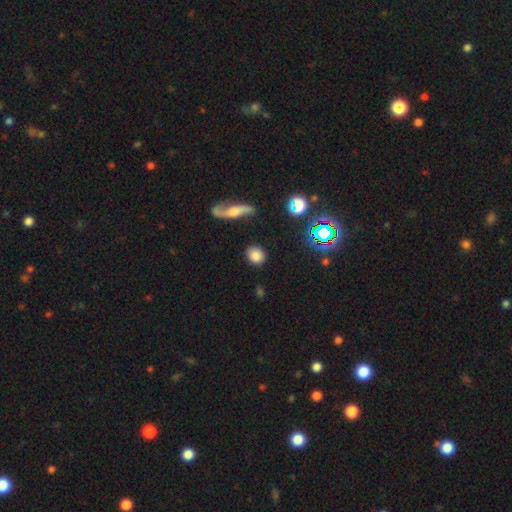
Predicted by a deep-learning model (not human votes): smooth 79%, star or artifact 12%, featured or disk 9%. Down the decision tree: how rounded — round (74%); merging — none (85%).